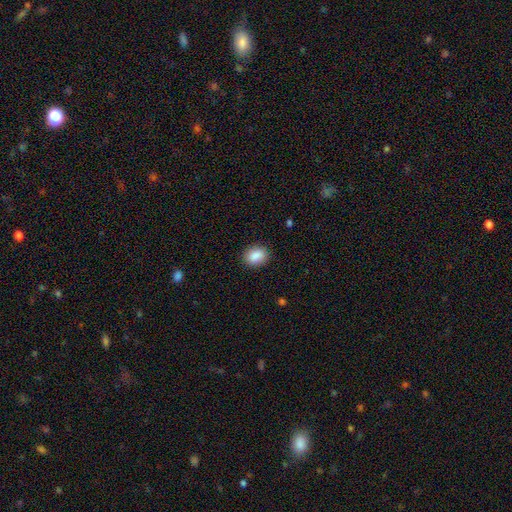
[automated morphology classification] This is clearly a smooth galaxy (88%). How rounded: likely in between (61%). Merging: clearly none (88%).